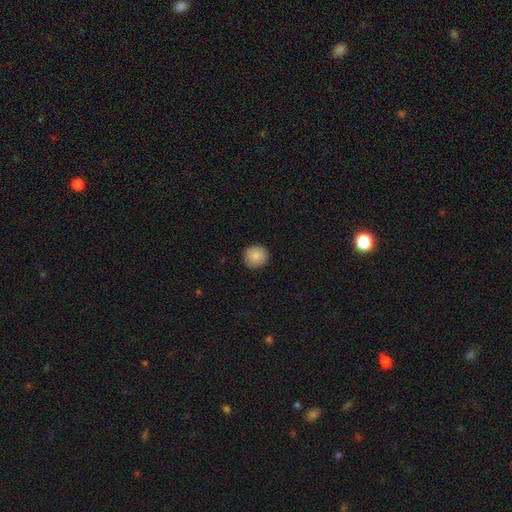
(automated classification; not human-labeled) smooth 87%, star or artifact 8%, featured or disk 5%. Down the decision tree: how rounded — round (92%); merging — none (90%).